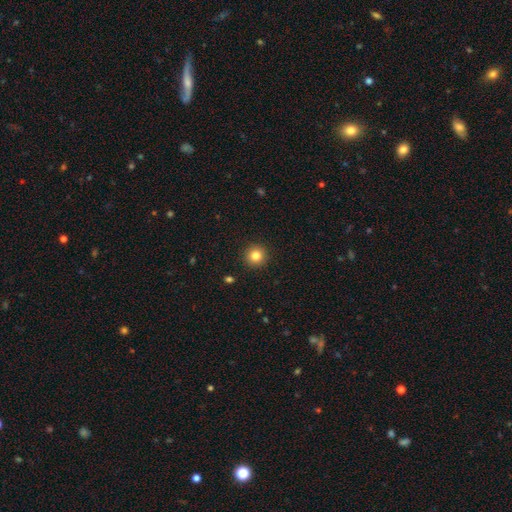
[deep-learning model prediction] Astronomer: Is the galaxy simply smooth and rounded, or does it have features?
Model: smooth — 83%.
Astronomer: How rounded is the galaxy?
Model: round — 94%.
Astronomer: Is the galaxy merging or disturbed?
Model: none — 92%.